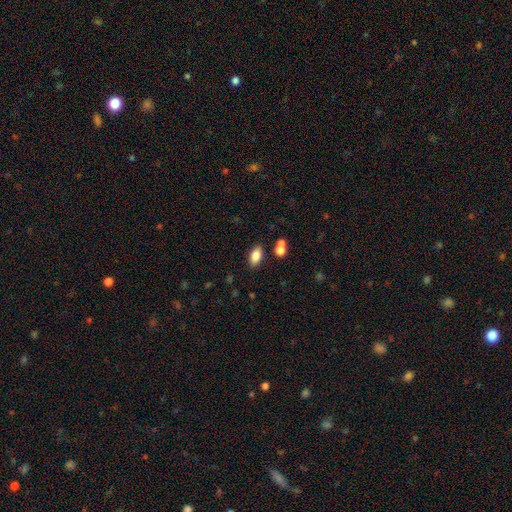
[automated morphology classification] Q: Smooth or featured?
A: smooth (83%); runner-up: star or artifact (9%)
Q: How rounded?
A: in between (90%); runner-up: round (6%)
Q: Merging?
A: none (80%); runner-up: minor disturbance (10%)